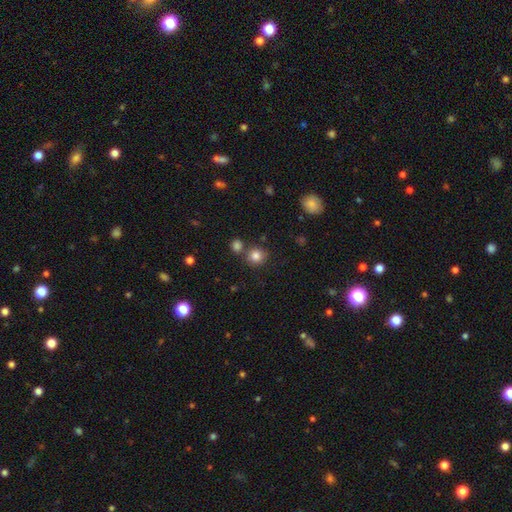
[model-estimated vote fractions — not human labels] smooth 83%, star or artifact 12%, featured or disk 5%. Down the decision tree: how rounded — round (89%); merging — none (75%).